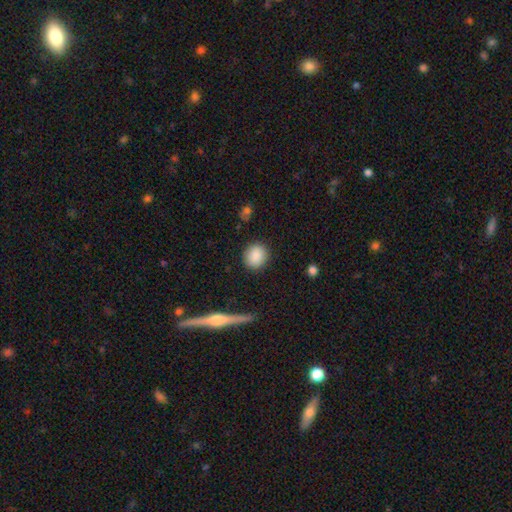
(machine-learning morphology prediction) Smooth or featured? smooth (88%)
How rounded? round (79%)
Merging? none (88%)